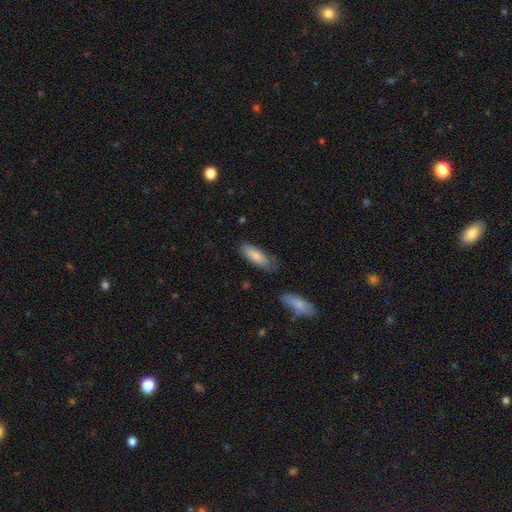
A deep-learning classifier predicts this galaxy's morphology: This is clearly a smooth galaxy (82%). How rounded: likely in between (68%). Merging: likely none (68%).